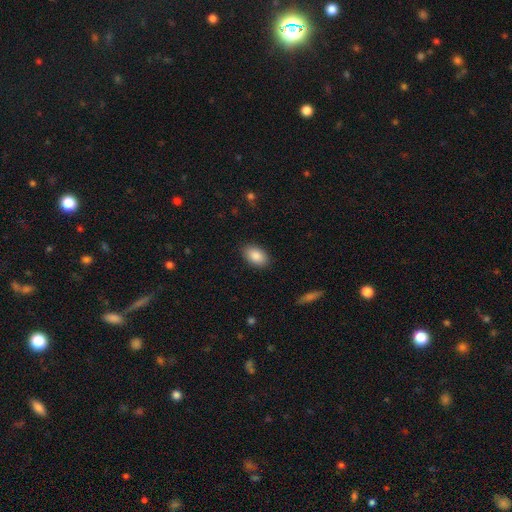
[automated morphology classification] type=smooth (88%); roundness=in between (93%); merging=none (88%).